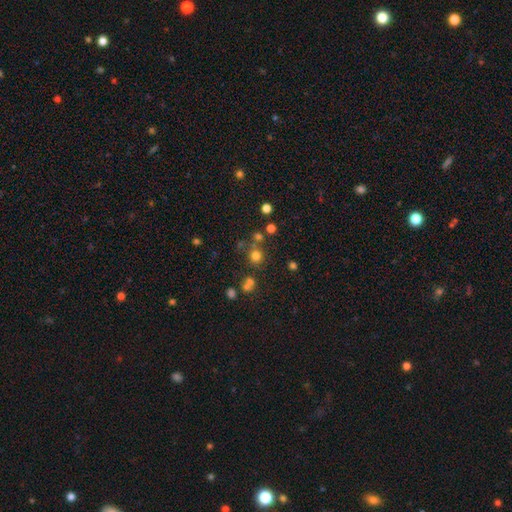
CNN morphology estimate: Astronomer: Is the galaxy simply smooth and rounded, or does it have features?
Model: smooth — 71%.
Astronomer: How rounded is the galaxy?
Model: round — 89%.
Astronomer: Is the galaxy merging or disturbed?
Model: none — 72%.